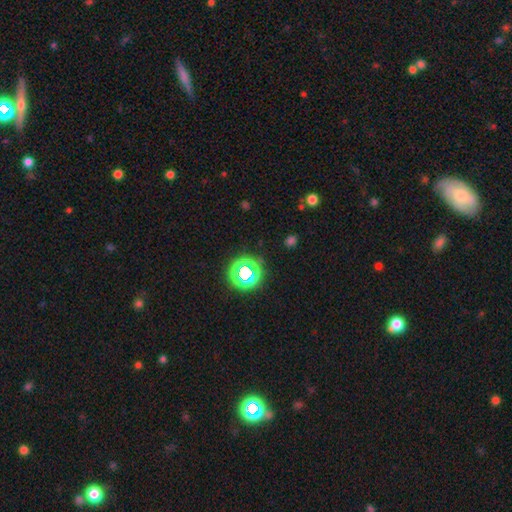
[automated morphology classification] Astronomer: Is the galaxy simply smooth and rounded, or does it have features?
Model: star or artifact — 61%.